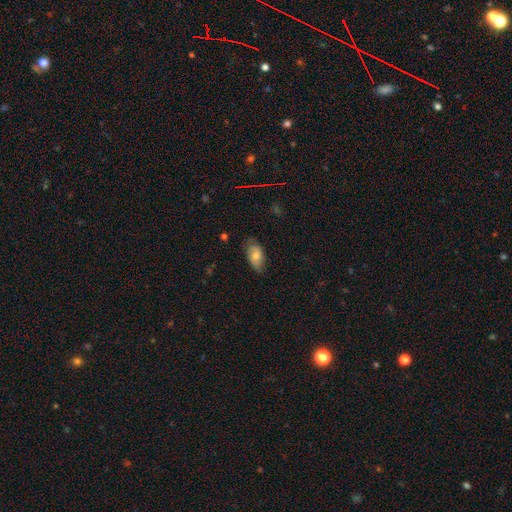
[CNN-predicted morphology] A smooth galaxy with no disk features (67%) that is in between round and cigar-shaped (91%).

Vote fractions:
- Smooth or featured? smooth: 67% / featured or disk: 25% / star or artifact: 8%
- How rounded? in between: 91% / round: 5% / cigar-shaped: 4%
- Merging? none: 65% / minor disturbance: 28% / major disturbance: 7% / merger: 1%